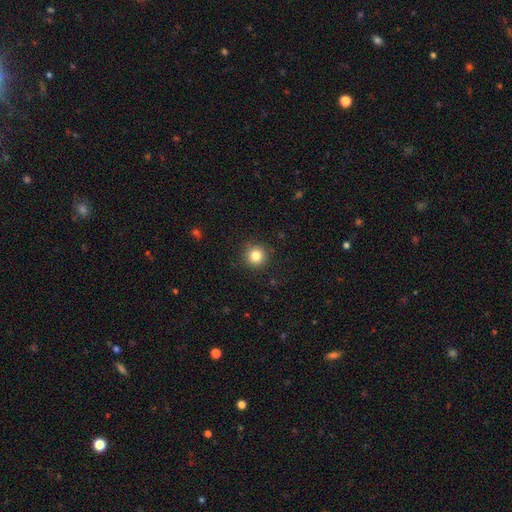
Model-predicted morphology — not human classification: This appears to be a smooth galaxy with no disk features (83%) that is round (95%). Merging: none (91%).